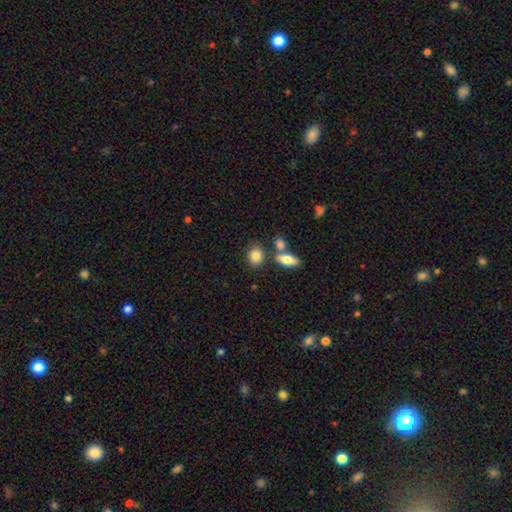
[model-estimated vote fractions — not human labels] This appears to be a smooth galaxy with no disk features (83%) that is in between round and cigar-shaped (52%). Merging: none (67%).